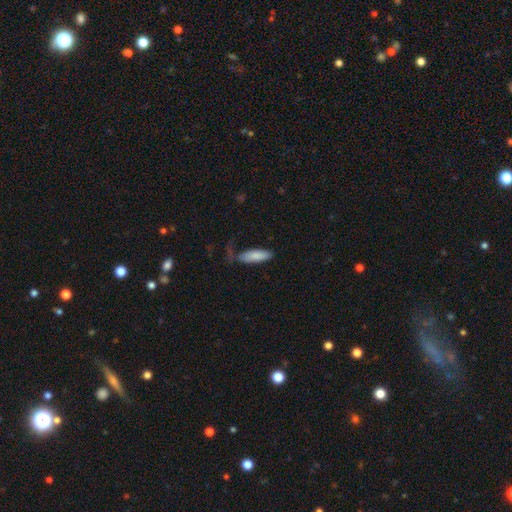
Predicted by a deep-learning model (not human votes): smooth-or-featured: smooth: 84% | featured or disk: 11% | star or artifact: 6%
  how-rounded: in between: 59% | cigar-shaped: 40% | round: 2%
  merging: none: 50% | minor disturbance: 28% | major disturbance: 18% | merger: 5%